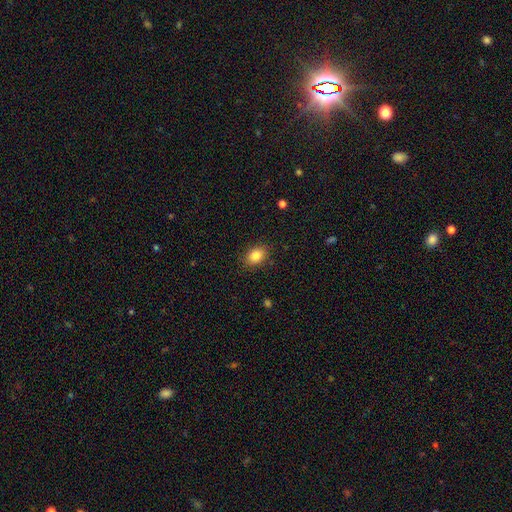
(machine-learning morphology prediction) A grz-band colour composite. It shows a smooth galaxy with no disk features (85%) that is in between round and cigar-shaped (72%). Merging: none (85%).